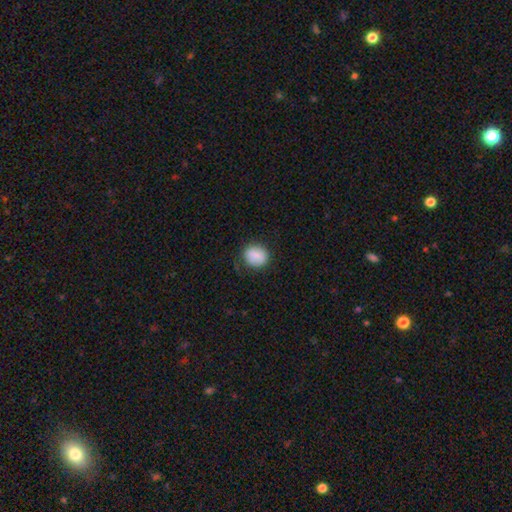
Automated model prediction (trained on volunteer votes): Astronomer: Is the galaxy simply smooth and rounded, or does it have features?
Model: smooth — 83%.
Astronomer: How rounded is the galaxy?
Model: round — 72%.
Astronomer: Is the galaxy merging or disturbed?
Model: none — 79%.